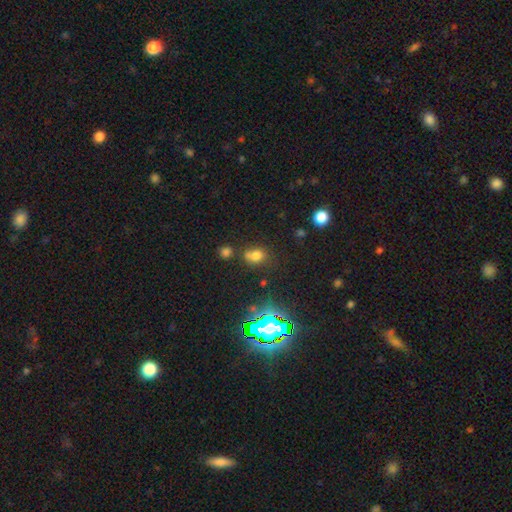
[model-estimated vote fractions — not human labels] Smooth or featured: smooth — 64% (star or artifact — 26%)
How rounded: in between — 56% (round — 42%)
Merging: none — 55% (merger — 21%)